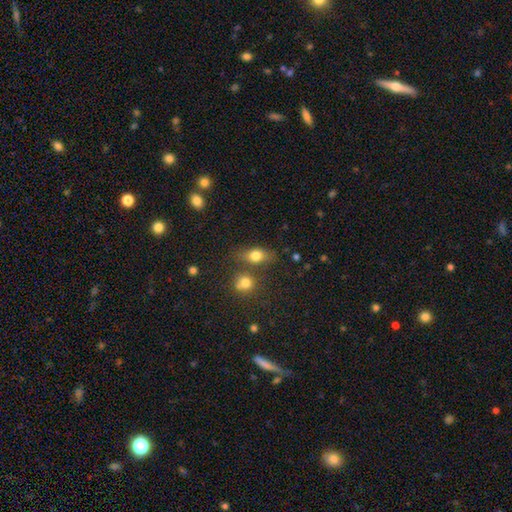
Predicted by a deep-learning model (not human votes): smooth-or-featured: smooth: 76% | featured or disk: 12% | star or artifact: 11%
  how-rounded: in between: 71% | round: 23% | cigar-shaped: 6%
  merging: none: 63% | merger: 17% | minor disturbance: 15% | major disturbance: 5%